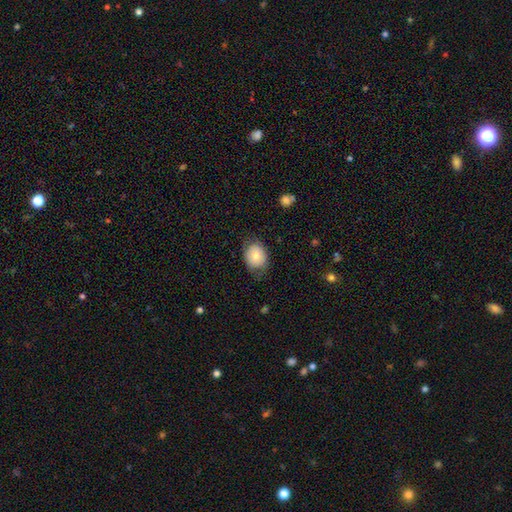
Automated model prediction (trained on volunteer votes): A smooth galaxy with no disk features (73%) that is in between round and cigar-shaped (54%).

Vote fractions:
- Smooth or featured? smooth: 73% / featured or disk: 19% / star or artifact: 7%
- How rounded? in between: 54% / round: 46% / cigar-shaped: 1%
- Merging? none: 66% / minor disturbance: 25% / major disturbance: 8% / merger: 1%